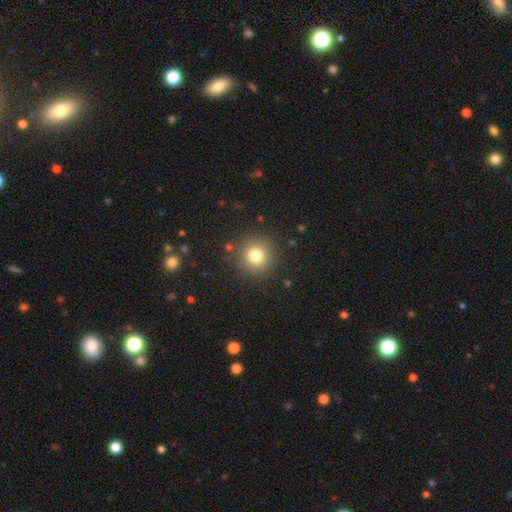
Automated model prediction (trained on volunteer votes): A smooth galaxy with no disk features (79%) that is round (94%). Merging: none (89%).